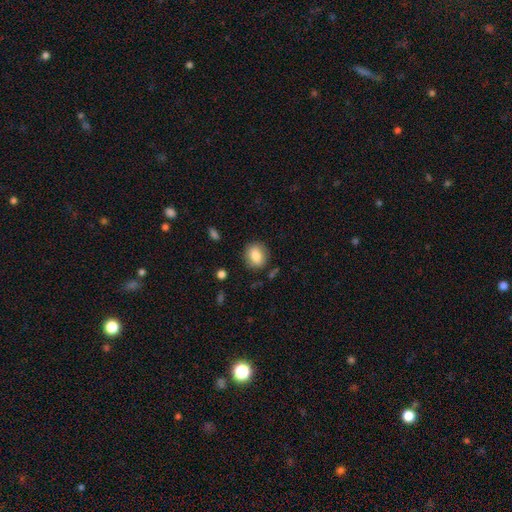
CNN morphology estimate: Q: Smooth or featured?
A: smooth (82%); runner-up: featured or disk (10%)
Q: How rounded?
A: round (63%); runner-up: in between (36%)
Q: Merging?
A: none (84%); runner-up: minor disturbance (11%)